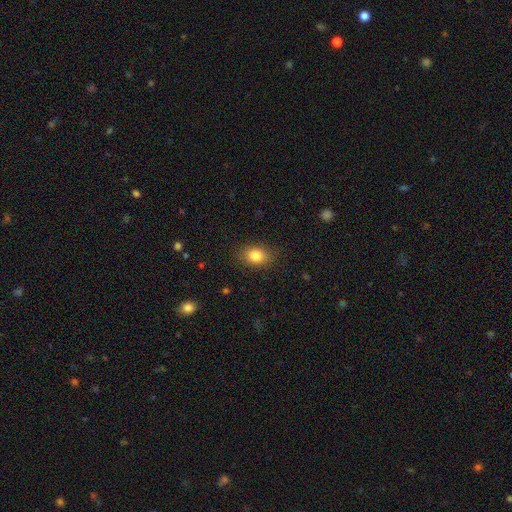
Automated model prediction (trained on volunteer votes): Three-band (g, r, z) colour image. It shows a smooth galaxy with no disk features (85%) that is in between round and cigar-shaped (72%). Merging: none (84%).